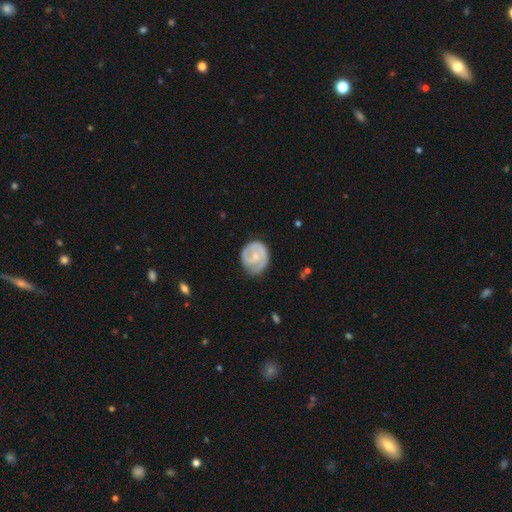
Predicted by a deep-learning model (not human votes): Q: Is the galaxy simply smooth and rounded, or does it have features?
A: featured or disk — 68%.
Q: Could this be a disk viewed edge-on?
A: no — 98%.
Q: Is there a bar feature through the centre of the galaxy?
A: no — 66%.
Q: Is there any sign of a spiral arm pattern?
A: yes — 84%.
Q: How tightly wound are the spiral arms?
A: tight — 58%.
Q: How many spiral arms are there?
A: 2 — 50%.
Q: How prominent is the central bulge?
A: small — 61%.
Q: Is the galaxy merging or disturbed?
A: none — 68%.